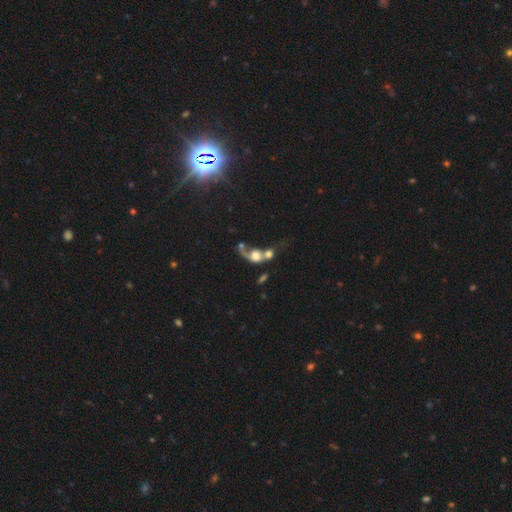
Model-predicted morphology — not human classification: A smooth galaxy with no disk features (45%).

Vote fractions:
- Smooth or featured? smooth: 45% / featured or disk: 44% / star or artifact: 12%
- Merging? merger: 69% / major disturbance: 16% / none: 10% / minor disturbance: 5%